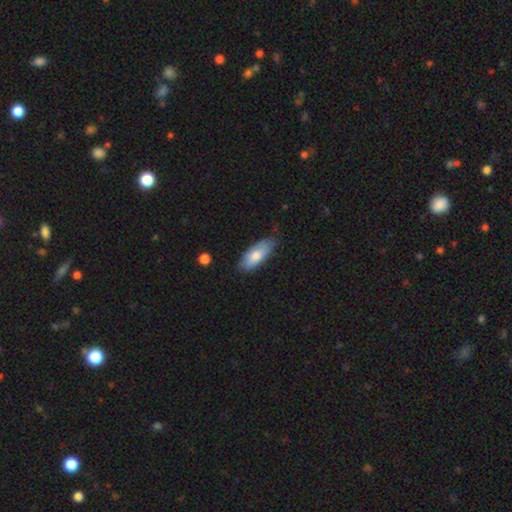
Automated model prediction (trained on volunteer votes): This appears to be a smooth galaxy with no disk features (74%) that is in between round and cigar-shaped (78%). Merging: none (76%).